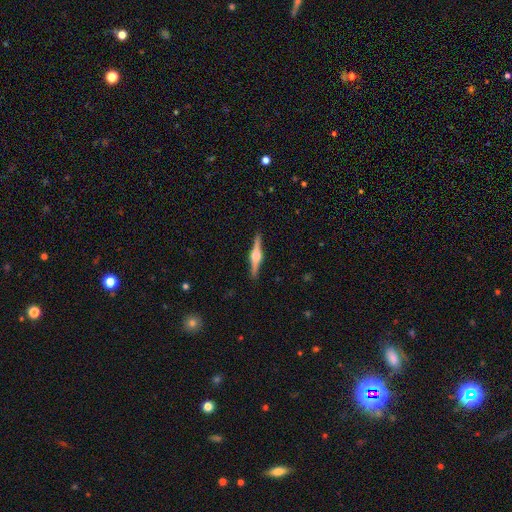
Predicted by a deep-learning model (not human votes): Smooth or featured? Predicted: featured or disk (p=0.79). Edge-on disk? Predicted: yes (p=0.98). Edge-on bulge? Predicted: rounded (p=0.94). Merging? Predicted: none (p=0.91).